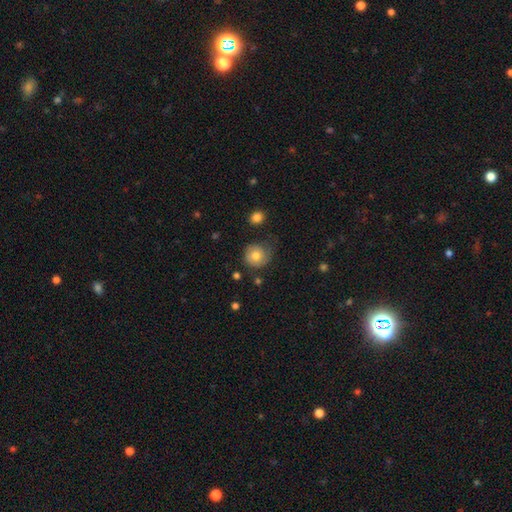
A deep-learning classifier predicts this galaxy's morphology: This is likely a smooth galaxy (70%). How rounded: clearly round (88%). Merging: possibly none (60%).